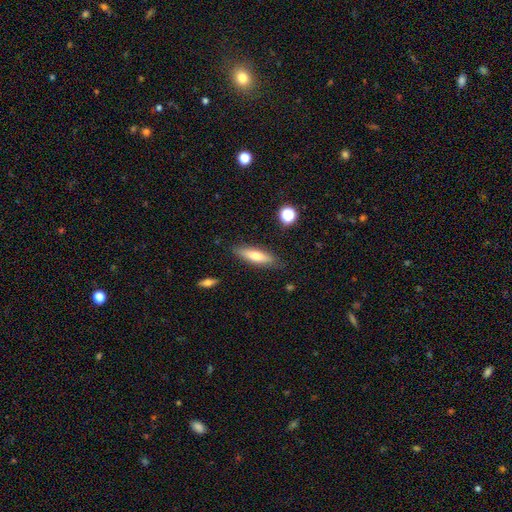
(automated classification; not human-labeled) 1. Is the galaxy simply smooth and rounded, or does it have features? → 66% smooth, 27% featured or disk, 7% star or artifact.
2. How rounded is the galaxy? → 64% cigar-shaped, 34% in between, 2% round.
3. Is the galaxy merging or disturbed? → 84% none, 12% minor disturbance, 2% major disturbance, 2% merger.